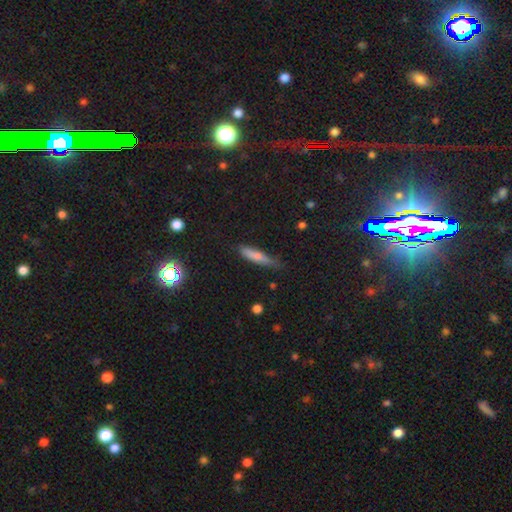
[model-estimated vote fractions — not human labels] Smooth or featured? smooth (71%)
How rounded? cigar-shaped (79%)
Merging? none (67%)